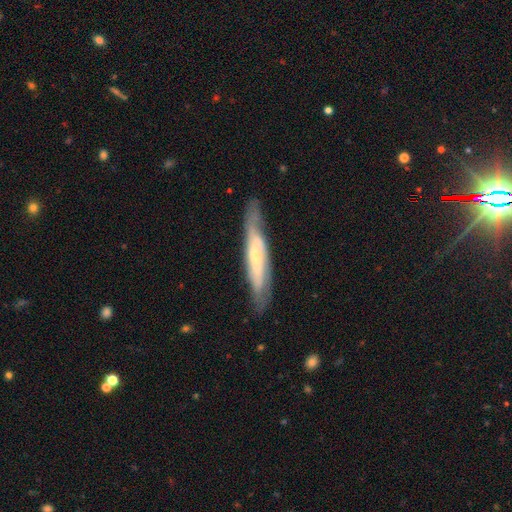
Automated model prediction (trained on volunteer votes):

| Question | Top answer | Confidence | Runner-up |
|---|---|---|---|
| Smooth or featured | featured or disk | 64% | smooth (30%) |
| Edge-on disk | yes | 57% | no (43%) |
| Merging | none | 74% | minor disturbance (19%) |